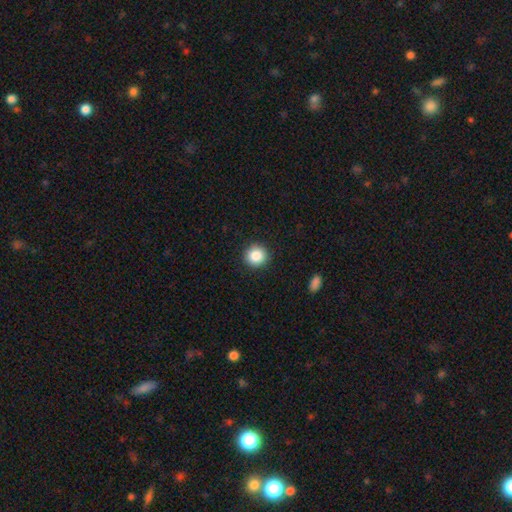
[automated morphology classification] Smooth or featured: smooth — 85% (star or artifact — 10%)
How rounded: round — 92% (in between — 7%)
Merging: none — 92% (minor disturbance — 6%)